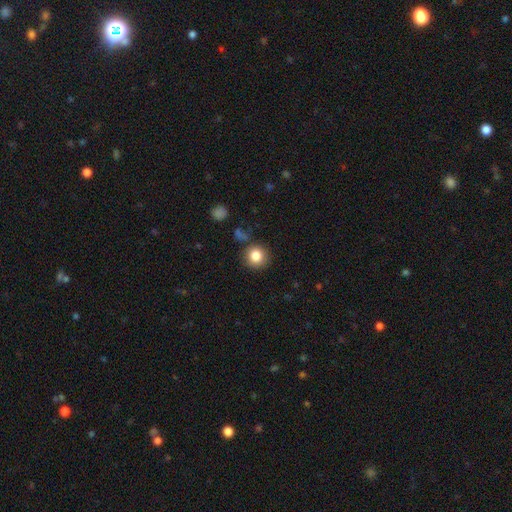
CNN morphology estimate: Smooth or featured?
  - smooth: 84% *
  - star or artifact: 10%
  - featured or disk: 6%
How rounded?
  - round: 92% *
  - in between: 7%
  - cigar-shaped: 1%
Merging?
  - none: 85% *
  - minor disturbance: 9%
  - merger: 3%
  - major disturbance: 3%